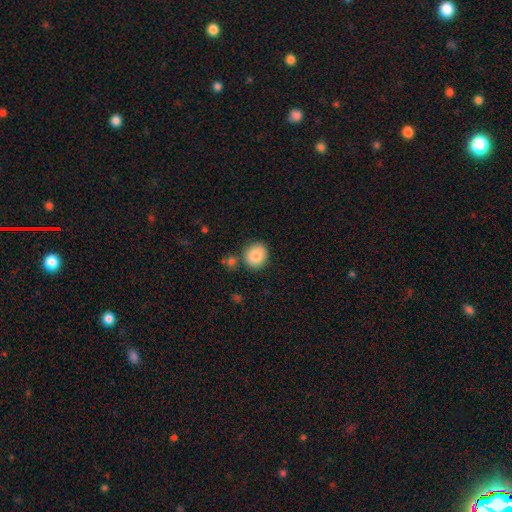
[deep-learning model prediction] Smooth or featured: smooth — 84% (star or artifact — 8%)
How rounded: round — 85% (in between — 14%)
Merging: none — 81% (minor disturbance — 10%)